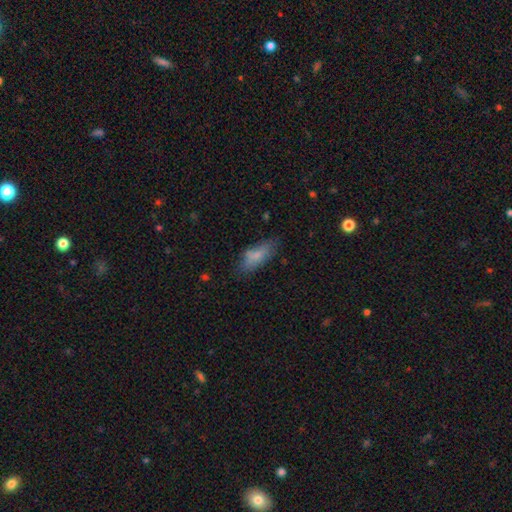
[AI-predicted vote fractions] Q: Smooth or featured?
A: smooth (75%); runner-up: featured or disk (17%)
Q: How rounded?
A: in between (75%); runner-up: cigar-shaped (22%)
Q: Merging?
A: none (64%); runner-up: minor disturbance (24%)